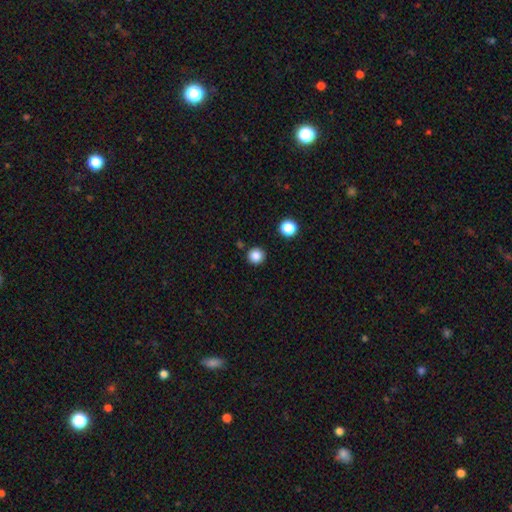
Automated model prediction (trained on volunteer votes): Q: Smooth or featured?
A: smooth (86%); runner-up: star or artifact (11%)
Q: How rounded?
A: round (95%); runner-up: in between (4%)
Q: Merging?
A: none (90%); runner-up: minor disturbance (6%)